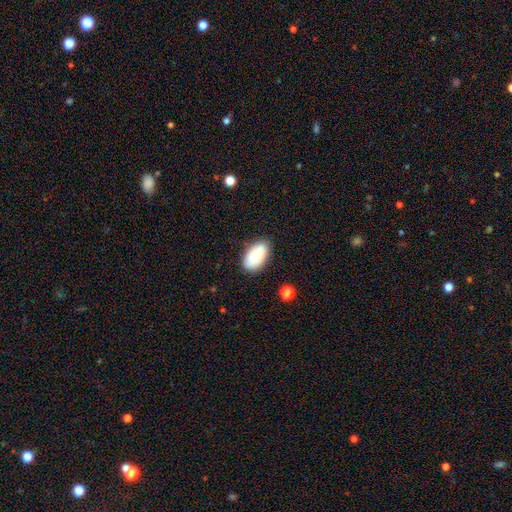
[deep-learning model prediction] Overall: smooth (77%). How rounded: in between (93%). Merging: none (84%).